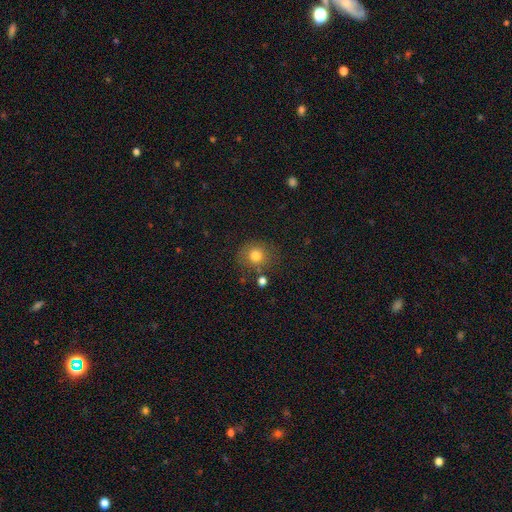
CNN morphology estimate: smooth 79%, star or artifact 12%, featured or disk 9%. Down the decision tree: how rounded — round (81%); merging — none (75%).